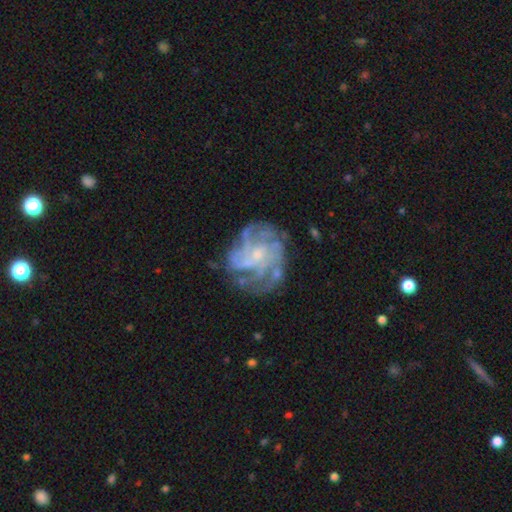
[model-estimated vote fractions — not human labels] smooth-or-featured: featured or disk: 81% | smooth: 10% | star or artifact: 8%
  disk-edge-on: no: 98% | yes: 2%
    bar: no: 63% | weak: 31% | strong: 5%
    has-spiral-arms: yes: 88% | no: 12%
      spiral-winding: tight: 47% | medium: 39% | loose: 15%
      spiral-arm-count: can't tell: 34% | 4: 24% | 3: 14% | more than 4: 13% | 2: 9% | 1: 6%
    bulge-size: small: 58% | moderate: 24% | none: 15% | large: 2% | dominant: 1%
  merging: none: 64% | minor disturbance: 18% | major disturbance: 15% | merger: 3%